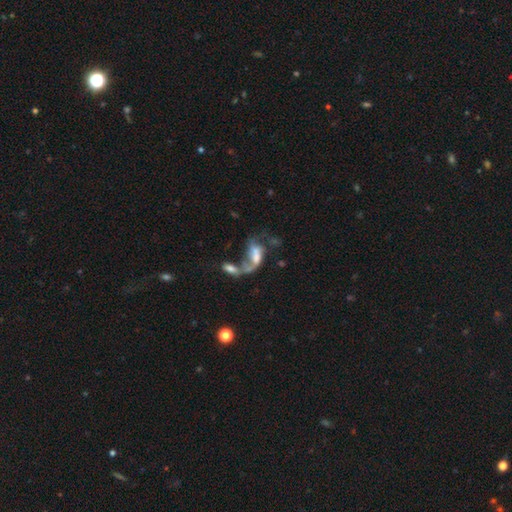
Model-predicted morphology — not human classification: Smooth or featured? Predicted: featured or disk (p=0.55). Edge-on disk? Predicted: no (p=0.93). Bar? Predicted: no (p=0.54). Spiral arms? Predicted: yes (p=0.60). Bulge size? Predicted: none (p=0.33). Merging? Predicted: merger (p=0.53).